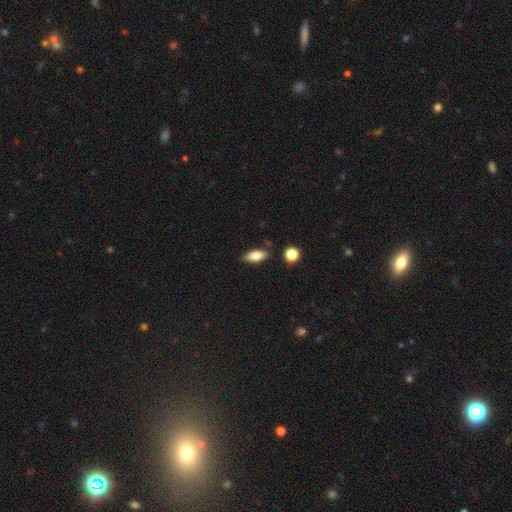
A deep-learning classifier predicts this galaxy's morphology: The model was most divided on "smooth or featured": smooth: 79%, featured or disk: 14%, star or artifact: 7%. More confident: merging — none (82%); how rounded — in between (81%).